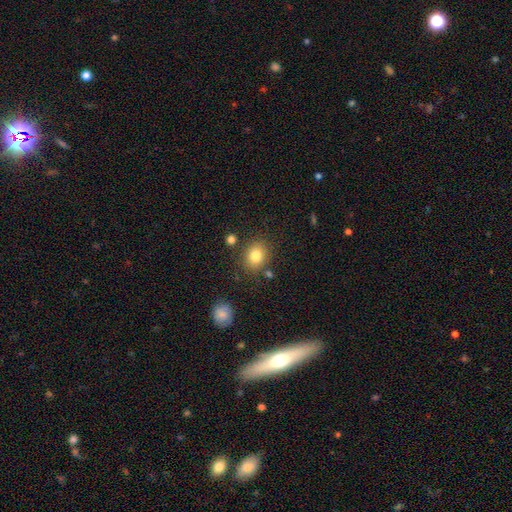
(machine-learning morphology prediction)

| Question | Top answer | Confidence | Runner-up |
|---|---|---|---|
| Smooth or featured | smooth | 81% | star or artifact (10%) |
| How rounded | round | 56% | in between (43%) |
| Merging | none | 80% | minor disturbance (11%) |